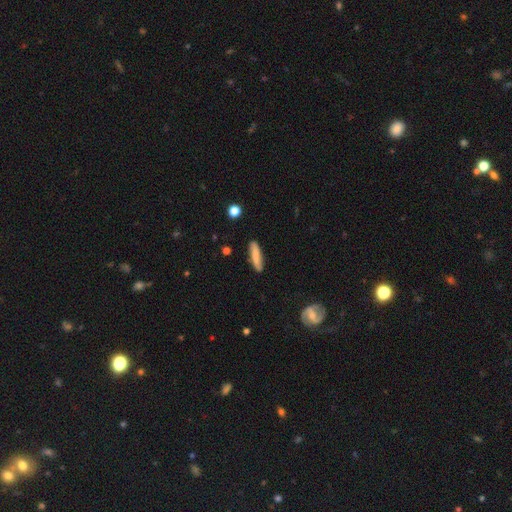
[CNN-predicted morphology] This is likely a smooth galaxy (74%). How rounded: clearly cigar-shaped (82%). Merging: clearly none (83%).